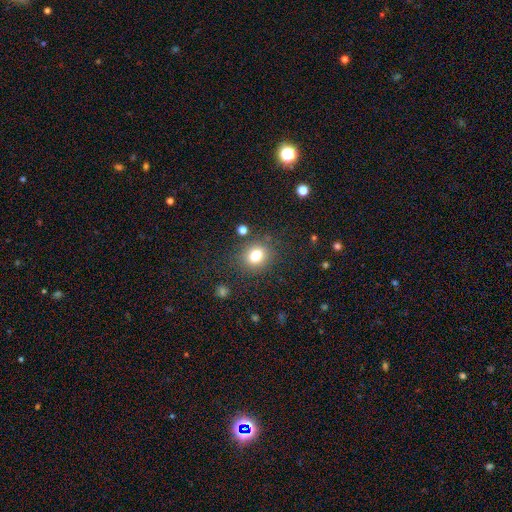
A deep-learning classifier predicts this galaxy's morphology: smooth 78%, star or artifact 13%, featured or disk 9%. Down the decision tree: how rounded — round (65%); merging — none (82%).